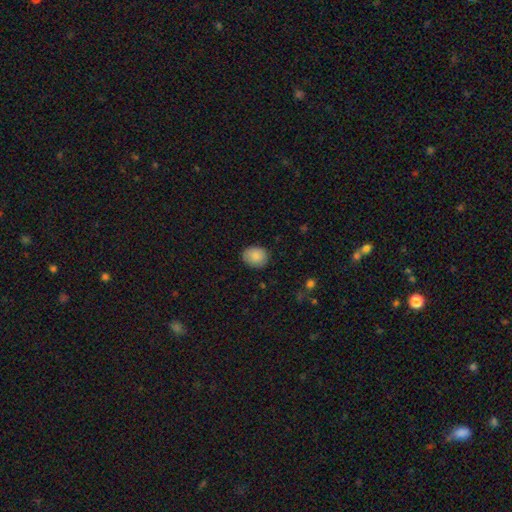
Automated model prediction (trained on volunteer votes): Q: Smooth or featured?
A: smooth (88%); runner-up: star or artifact (7%)
Q: How rounded?
A: round (63%); runner-up: in between (36%)
Q: Merging?
A: none (84%); runner-up: minor disturbance (12%)